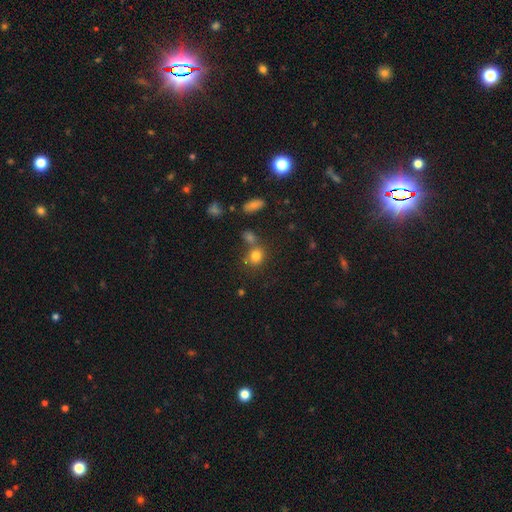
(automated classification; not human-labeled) smooth-or-featured: smooth: 78% | star or artifact: 13% | featured or disk: 8%
  how-rounded: round: 72% | in between: 27% | cigar-shaped: 1%
  merging: none: 61% | merger: 22% | minor disturbance: 12% | major disturbance: 5%